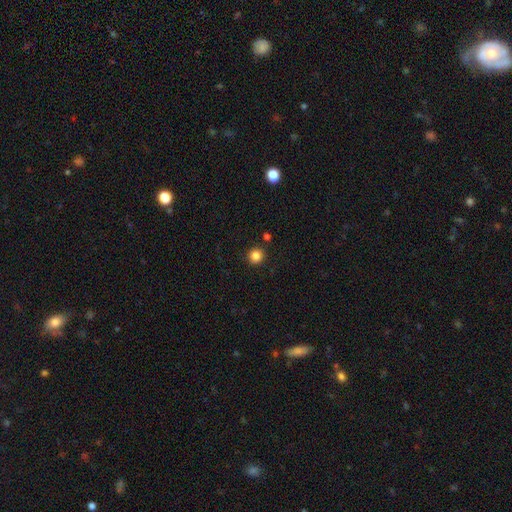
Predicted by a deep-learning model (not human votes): Q: Smooth or featured?
A: smooth (84%); runner-up: star or artifact (12%)
Q: How rounded?
A: round (93%); runner-up: in between (6%)
Q: Merging?
A: none (89%); runner-up: minor disturbance (6%)